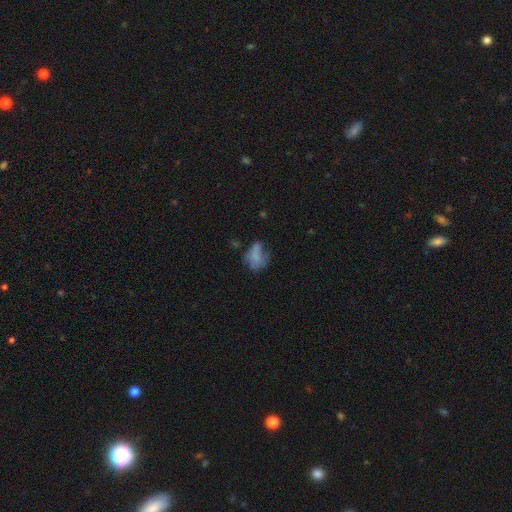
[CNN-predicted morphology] This is likely a smooth galaxy (65%). How rounded: likely in between (71%). Merging: marginally none (35%).